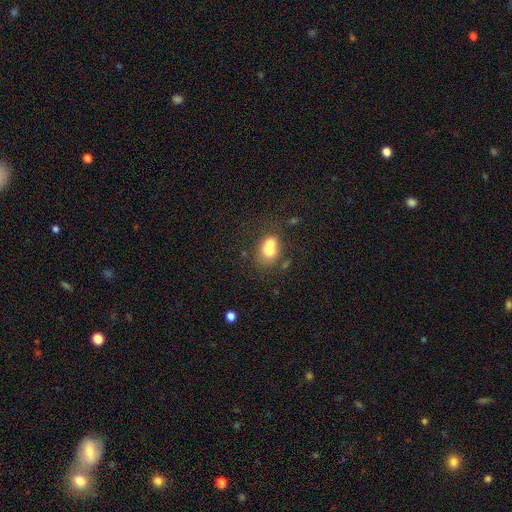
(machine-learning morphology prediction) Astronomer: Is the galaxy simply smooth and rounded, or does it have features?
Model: smooth — 65%.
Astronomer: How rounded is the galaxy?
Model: in between — 66%.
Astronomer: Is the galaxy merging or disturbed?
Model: none — 74%.